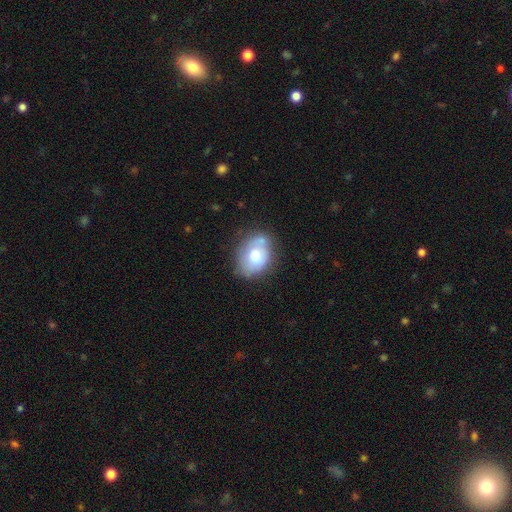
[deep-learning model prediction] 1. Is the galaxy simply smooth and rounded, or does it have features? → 68% smooth, 25% featured or disk, 7% star or artifact.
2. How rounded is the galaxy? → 64% in between, 35% round, 1% cigar-shaped.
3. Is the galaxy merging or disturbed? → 53% none, 25% minor disturbance, 13% merger, 8% major disturbance.